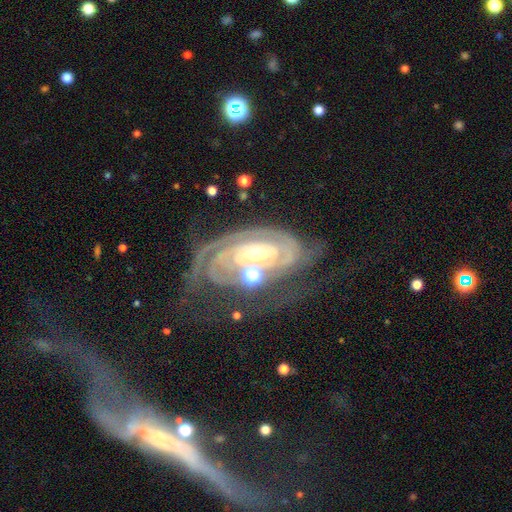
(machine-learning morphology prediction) featured or disk 87%, smooth 7%, star or artifact 6%. Down the decision tree: edge-on disk — no (95%); bar — no (65%); spiral arms — yes (93%); spiral arm count — 2 (36%); spiral winding — tight (74%); bulge size — moderate (59%); merging — none (47%).